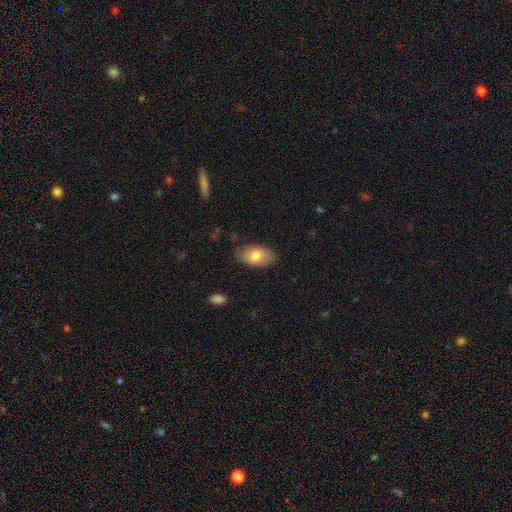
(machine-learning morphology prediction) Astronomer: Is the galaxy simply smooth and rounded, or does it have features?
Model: smooth — 80%.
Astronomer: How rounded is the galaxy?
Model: in between — 94%.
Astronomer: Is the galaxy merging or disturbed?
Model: none — 82%.